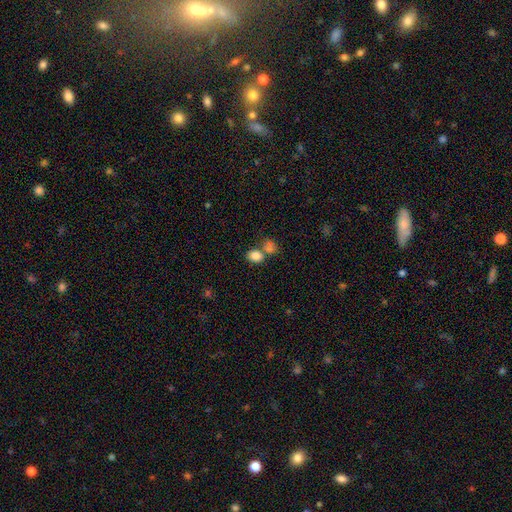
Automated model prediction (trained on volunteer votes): Q: Smooth or featured?
A: smooth (84%); runner-up: star or artifact (9%)
Q: How rounded?
A: in between (65%); runner-up: round (34%)
Q: Merging?
A: none (51%); runner-up: merger (33%)